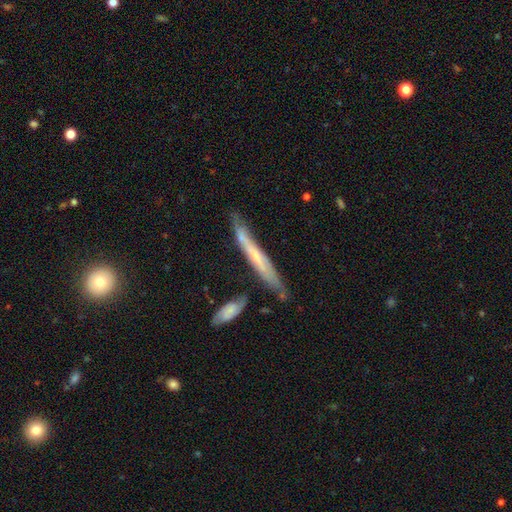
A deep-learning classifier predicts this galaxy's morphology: Q: Smooth or featured?
A: featured or disk (56%); runner-up: smooth (38%)
Q: Edge-on disk?
A: yes (82%); runner-up: no (18%)
Q: Merging?
A: none (65%); runner-up: minor disturbance (21%)